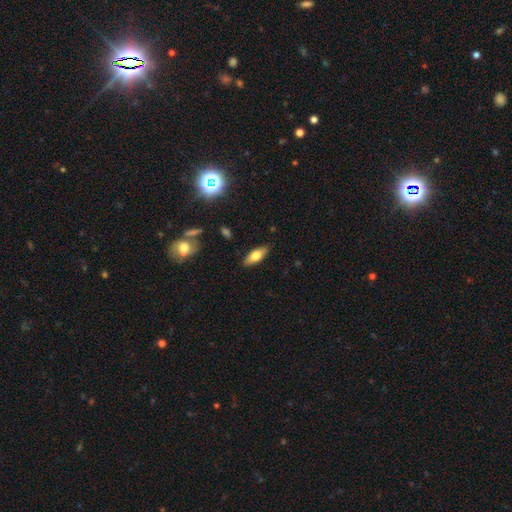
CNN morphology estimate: A smooth galaxy with no disk features (65%) that is in between round and cigar-shaped (72%).

Vote fractions:
- Smooth or featured? smooth: 65% / featured or disk: 27% / star or artifact: 8%
- How rounded? in between: 72% / cigar-shaped: 25% / round: 3%
- Merging? none: 88% / minor disturbance: 9% / major disturbance: 2% / merger: 1%